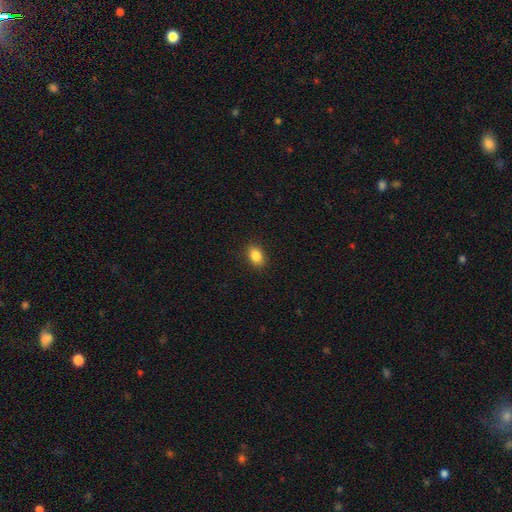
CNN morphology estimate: A smooth galaxy with no disk features (87%) that is in between round and cigar-shaped (79%). Merging: none (89%).